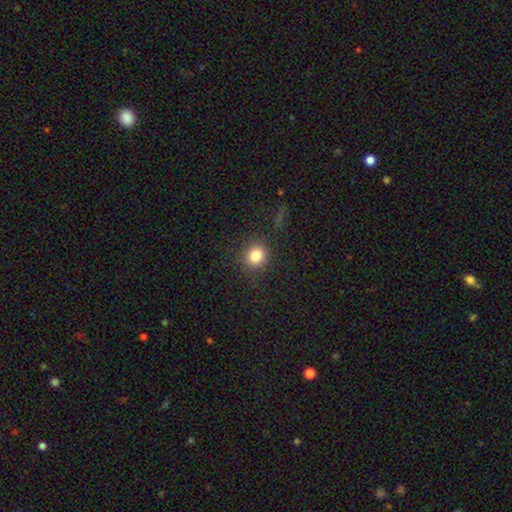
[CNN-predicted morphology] Smooth or featured: smooth — 82% (star or artifact — 12%)
How rounded: round — 84% (in between — 15%)
Merging: none — 87% (minor disturbance — 8%)